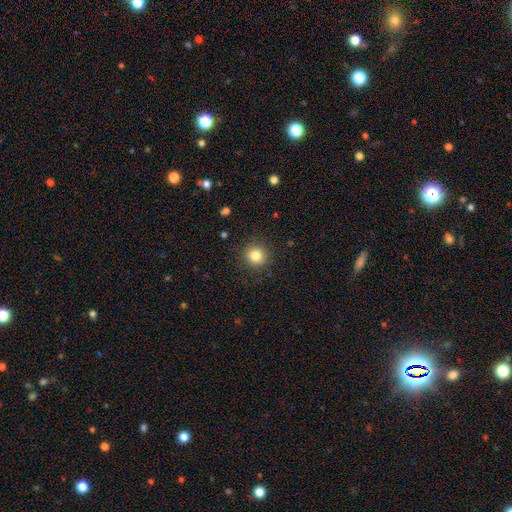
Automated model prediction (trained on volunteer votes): The model was most divided on "smooth or featured": smooth: 82%, star or artifact: 11%, featured or disk: 6%. More confident: how rounded — round (92%); merging — none (90%).